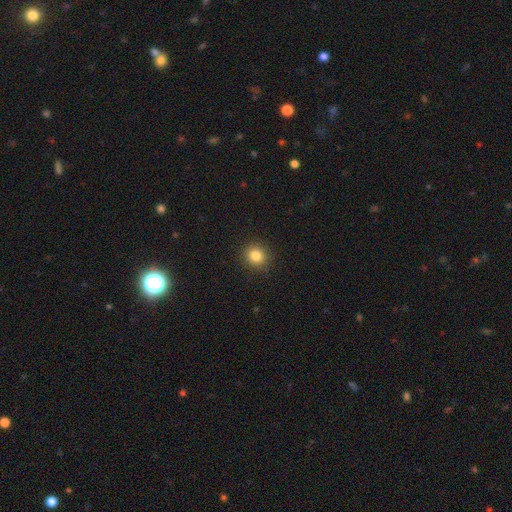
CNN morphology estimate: Smooth or featured? Predicted: smooth (p=0.84). How rounded? Predicted: round (p=0.87). Merging? Predicted: none (p=0.91).